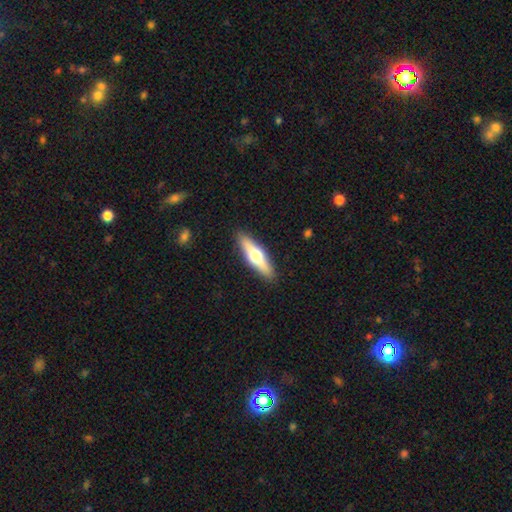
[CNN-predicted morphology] This appears to be a featured or disk galaxy (53%) viewed edge-on (93%). Merging: none (90%).